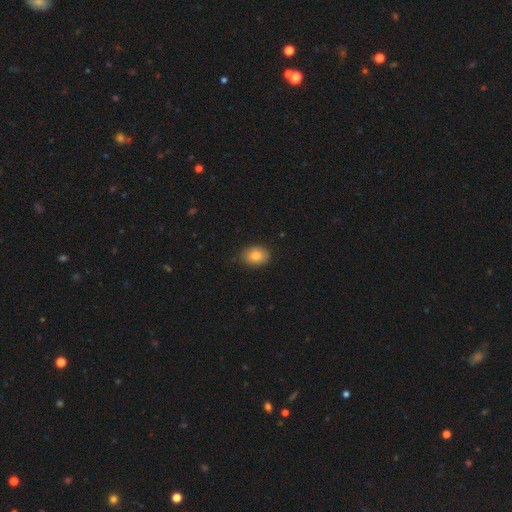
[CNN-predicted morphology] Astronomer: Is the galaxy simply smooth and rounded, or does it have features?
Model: smooth — 83%.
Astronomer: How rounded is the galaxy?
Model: in between — 73%.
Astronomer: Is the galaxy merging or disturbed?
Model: none — 85%.